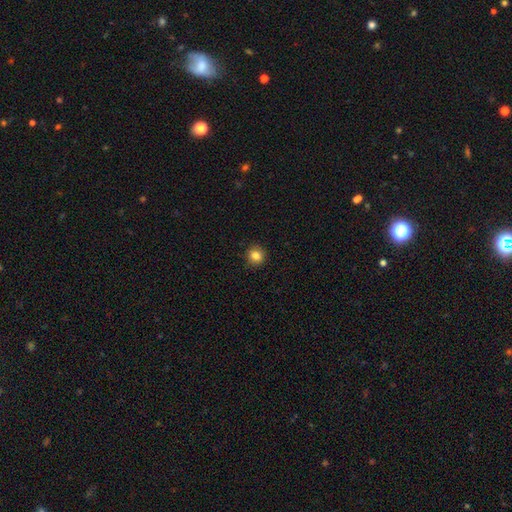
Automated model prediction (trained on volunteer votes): A smooth galaxy with no disk features (83%) that is round (93%). Merging: none (91%).